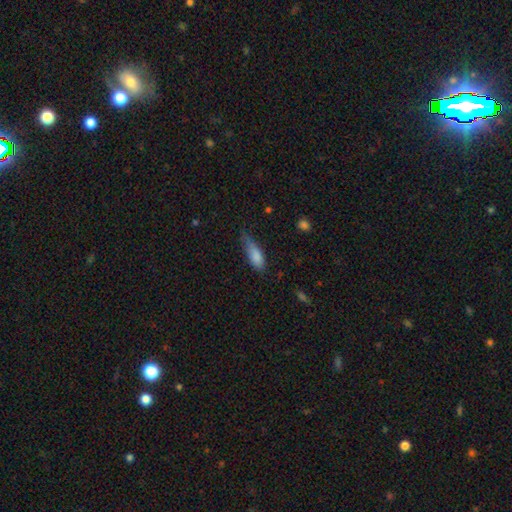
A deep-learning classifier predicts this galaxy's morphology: Smooth or featured: smooth — 83% (featured or disk — 9%)
How rounded: in between — 71% (cigar-shaped — 26%)
Merging: minor disturbance — 48% (none — 32%)